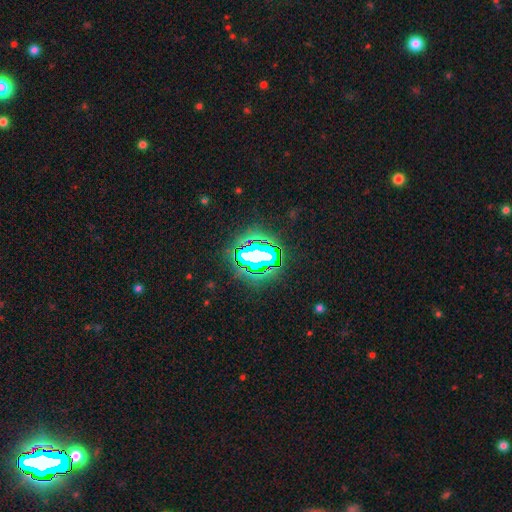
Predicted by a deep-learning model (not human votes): Smooth or featured? star or artifact (73%)